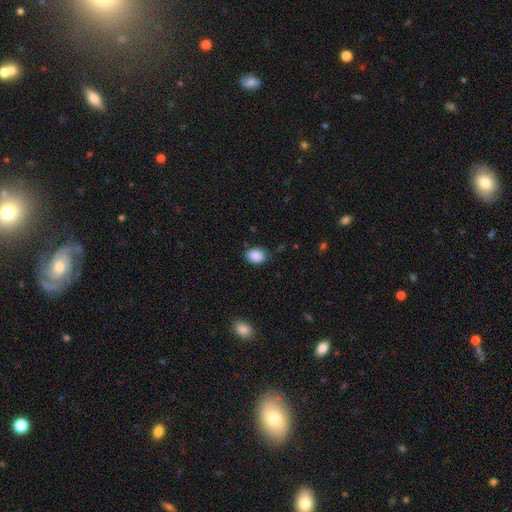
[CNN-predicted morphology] Overall: smooth (89%). How rounded: in between (70%). Merging: none (74%).